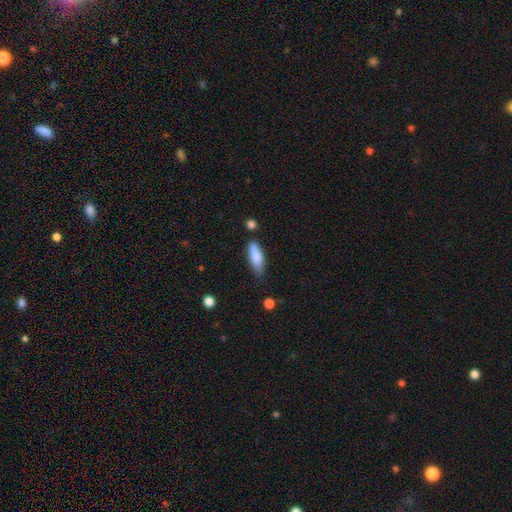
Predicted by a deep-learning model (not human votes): Q: Smooth or featured?
A: smooth (84%); runner-up: featured or disk (10%)
Q: How rounded?
A: in between (57%); runner-up: cigar-shaped (41%)
Q: Merging?
A: none (69%); runner-up: minor disturbance (23%)